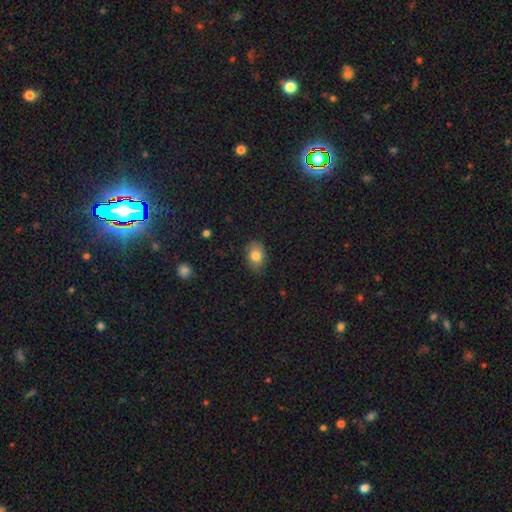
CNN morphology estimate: The model was most divided on "how rounded": in between: 76%, round: 23%, cigar-shaped: 1%. More confident: smooth or featured — smooth (81%); merging — none (79%).